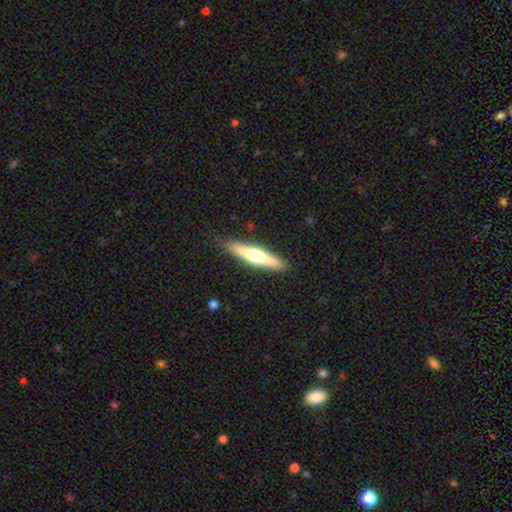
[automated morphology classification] Smooth or featured: featured or disk — 55% (smooth — 40%)
Edge-on disk: yes — 95% (no — 5%)
Edge-on bulge: rounded — 92% (none — 4%)
Merging: none — 88% (minor disturbance — 9%)